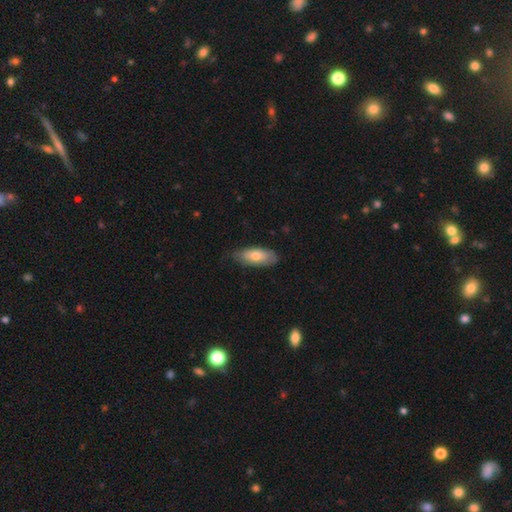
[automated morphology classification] The model was most divided on "smooth or featured": smooth: 69%, featured or disk: 25%, star or artifact: 6%. More confident: how rounded — in between (80%); merging — none (76%).